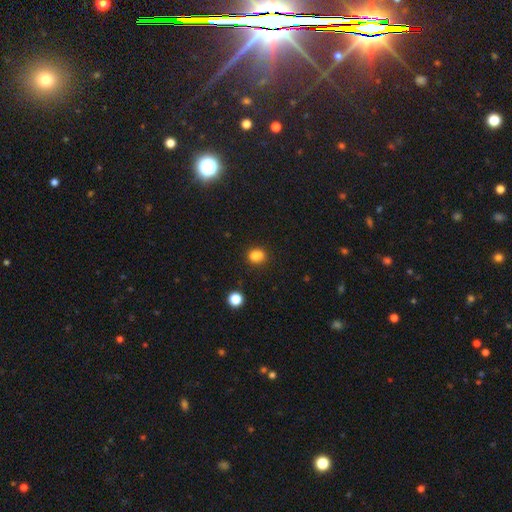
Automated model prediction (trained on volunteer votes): The model was most divided on "how rounded": round: 62%, in between: 37%, cigar-shaped: 1%. More confident: smooth or featured — smooth (80%); merging — none (62%).